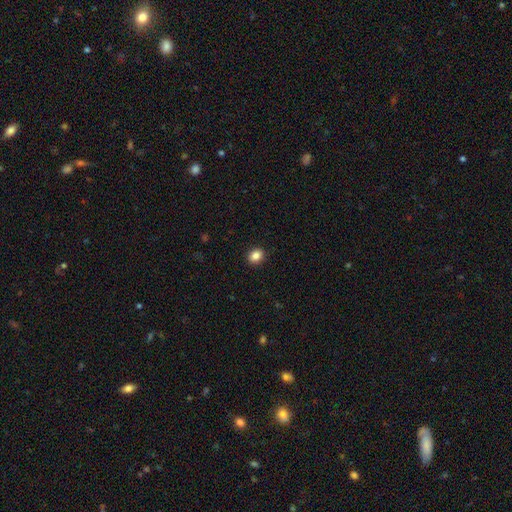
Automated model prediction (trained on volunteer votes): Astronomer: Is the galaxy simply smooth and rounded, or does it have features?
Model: smooth — 86%.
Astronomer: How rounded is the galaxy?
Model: round — 53% (runner-up: in between, 46%).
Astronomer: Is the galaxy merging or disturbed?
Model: none — 91%.